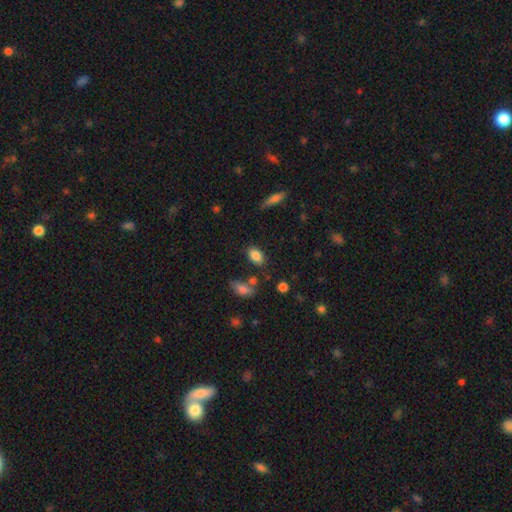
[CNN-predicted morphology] Overall: smooth (84%). How rounded: in between (88%). Merging: none (76%).